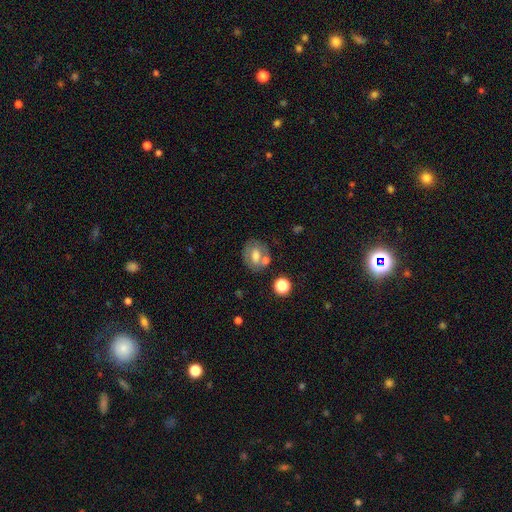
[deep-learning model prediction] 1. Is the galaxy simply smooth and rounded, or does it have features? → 52% smooth, 38% featured or disk, 10% star or artifact.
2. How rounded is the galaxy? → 61% in between, 37% round, 2% cigar-shaped.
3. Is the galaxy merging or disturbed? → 54% none, 22% merger, 17% minor disturbance, 8% major disturbance.